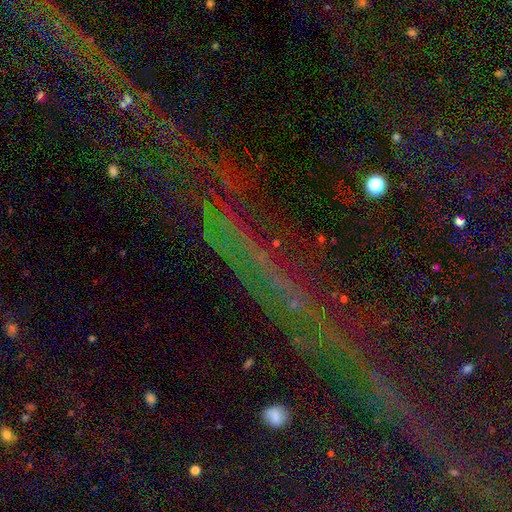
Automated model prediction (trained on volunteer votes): This is likely a star or artifact rather than a galaxy (74%).